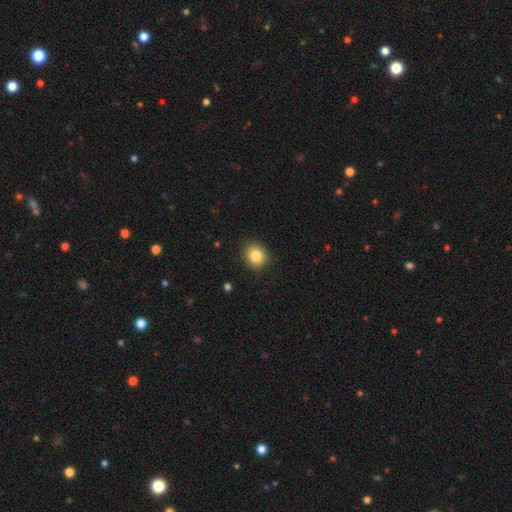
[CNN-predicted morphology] smooth_or_featured: smooth (p=0.84) [alt: star or artifact p=0.10]
how_rounded: round (p=0.70) [alt: in between p=0.29]
merging: none (p=0.89) [alt: minor disturbance p=0.08]